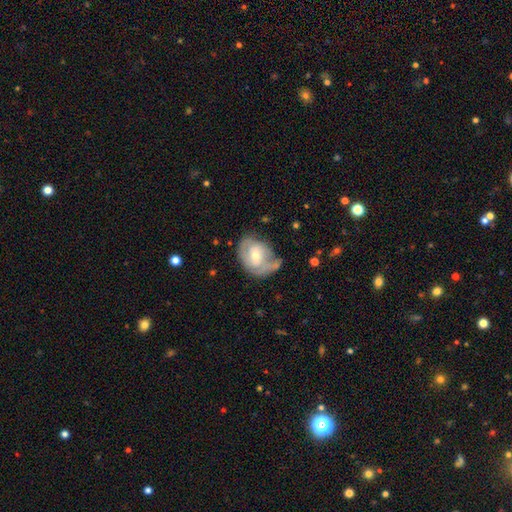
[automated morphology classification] This is likely a featured or disk galaxy (62%). It is clearly not viewed edge-on (96%). Bar: likely no (61%). Spiral arm pattern: likely yes (68%). Central bulge: possibly moderate (51%). Merging: marginally none (42%).